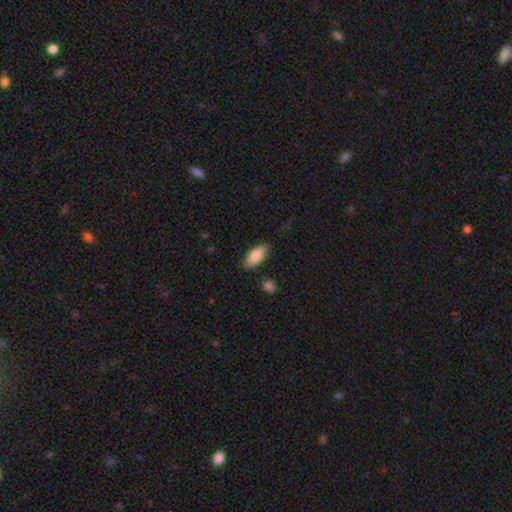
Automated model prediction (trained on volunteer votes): smooth 83%, featured or disk 11%, star or artifact 6%. Down the decision tree: how rounded — in between (85%); merging — none (77%).